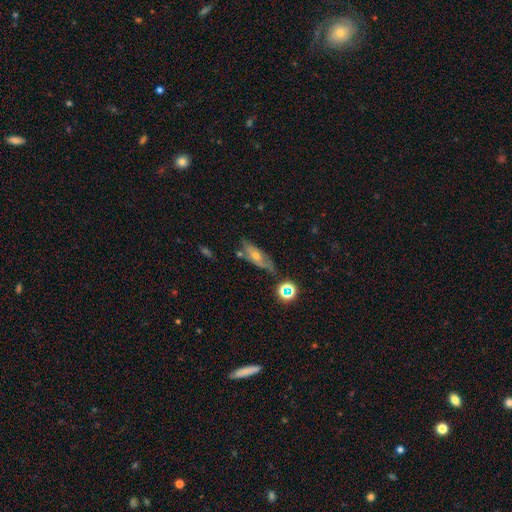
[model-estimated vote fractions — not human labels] Smooth or featured?
  - featured or disk: 54% *
  - smooth: 32%
  - star or artifact: 13%
Edge-on disk?
  - no: 60% *
  - yes: 40%
Merging?
  - none: 63% *
  - minor disturbance: 23%
  - major disturbance: 8%
  - merger: 7%